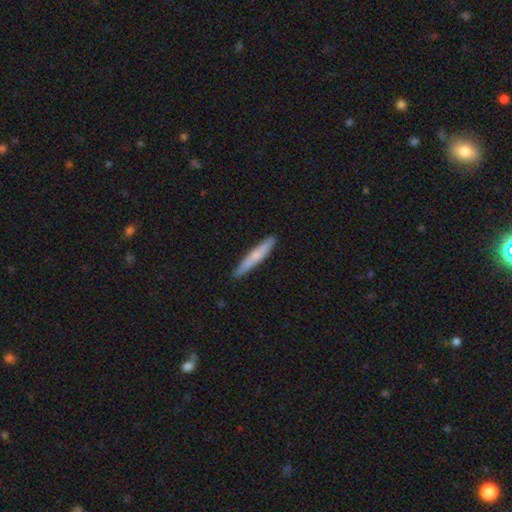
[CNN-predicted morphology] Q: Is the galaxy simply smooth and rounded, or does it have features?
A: smooth — 65%.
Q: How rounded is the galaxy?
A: cigar-shaped — 95%.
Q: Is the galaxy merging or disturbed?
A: none — 88%.